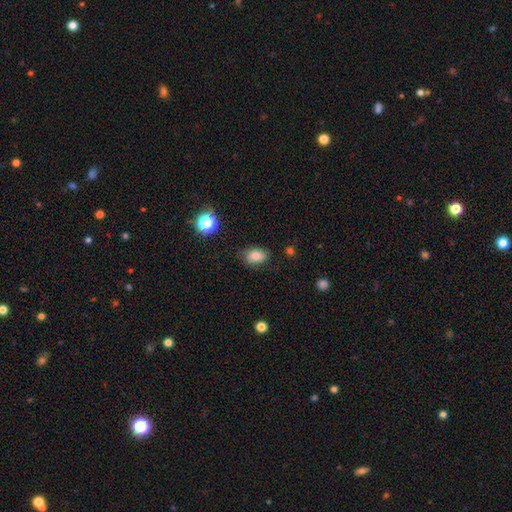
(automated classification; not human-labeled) Morphology: type=smooth (79%); roundness=in between (81%); merging=none (76%).